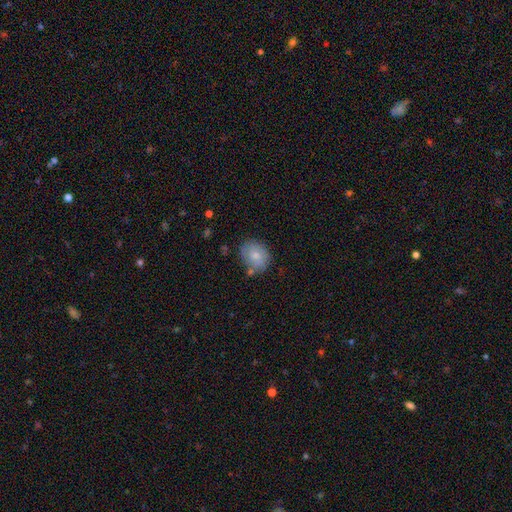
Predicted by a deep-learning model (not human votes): smooth_or_featured: smooth (p=0.72) [alt: featured or disk p=0.21]
how_rounded: round (p=0.56) [alt: in between p=0.43]
merging: none (p=0.71) [alt: minor disturbance p=0.19]